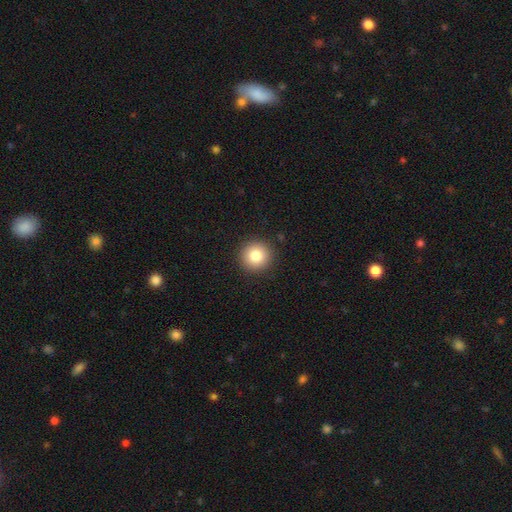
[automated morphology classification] Q: Smooth or featured?
A: smooth (82%); runner-up: star or artifact (10%)
Q: How rounded?
A: round (95%); runner-up: in between (4%)
Q: Merging?
A: none (92%); runner-up: minor disturbance (5%)